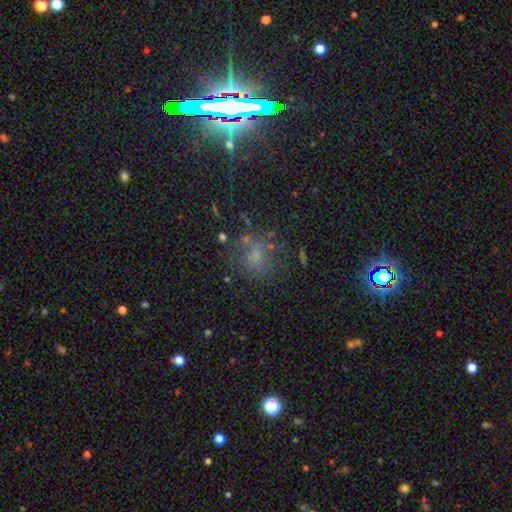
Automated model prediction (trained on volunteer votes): Overall: smooth (50%; star or artifact 30%). How rounded: round (67%; in between 31%). Merging: none (60%).